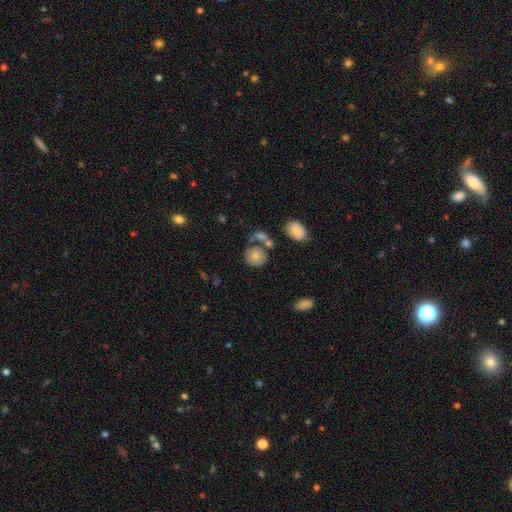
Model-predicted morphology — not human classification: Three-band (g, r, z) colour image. It shows a smooth galaxy with no disk features (75%) that is round (81%). Merging: none (58%).